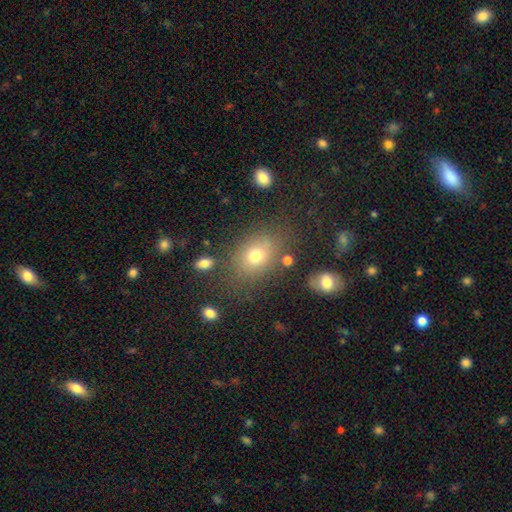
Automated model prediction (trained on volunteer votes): A smooth galaxy with no disk features (72%) that is in between round and cigar-shaped (67%). Merging: none (73%).